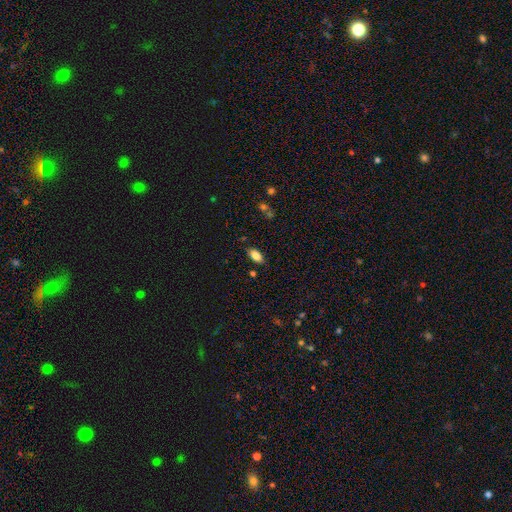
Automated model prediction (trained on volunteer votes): Morphology: type=smooth (85%); roundness=in between (90%); merging=none (84%).